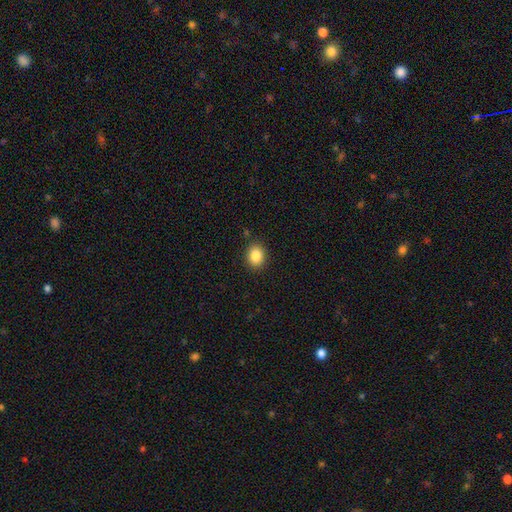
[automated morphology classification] smooth_or_featured: smooth (p=0.85) [alt: star or artifact p=0.09]
how_rounded: round (p=0.53) [alt: in between p=0.46]
merging: none (p=0.89) [alt: minor disturbance p=0.08]